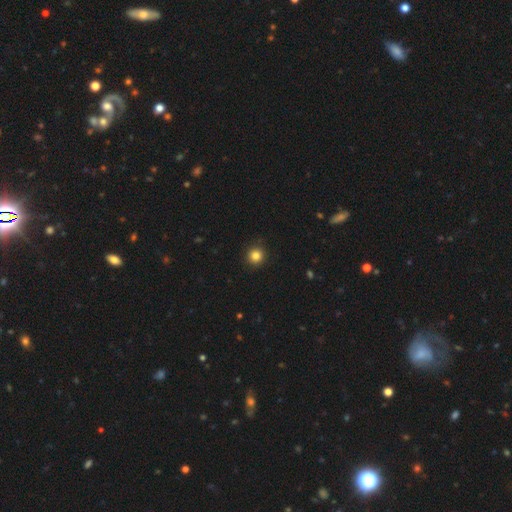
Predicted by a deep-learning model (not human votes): Morphology: type=smooth (83%); roundness=round (95%); merging=none (92%).